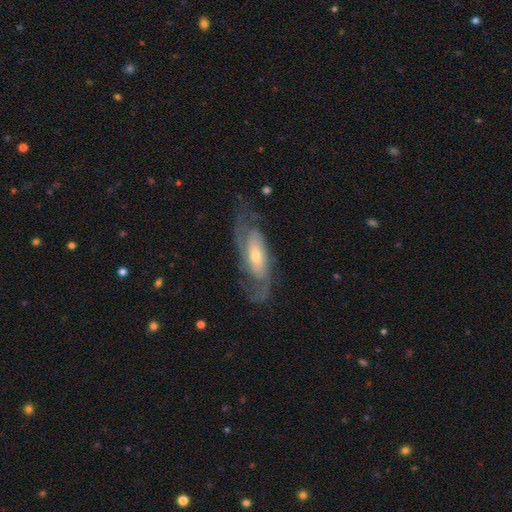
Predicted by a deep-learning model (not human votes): Morphology: type=featured or disk (81%); edge-on=no (90%); bar=no (54%); spiral arms=yes (93%); winding=medium (45%); arm count=2 (66%); bulge=moderate (46%, tied with small); merging=none (66%).